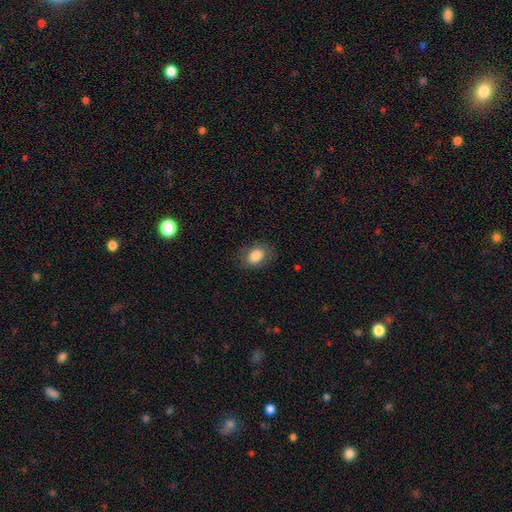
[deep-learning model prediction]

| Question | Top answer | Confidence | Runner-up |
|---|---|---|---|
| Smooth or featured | smooth | 82% | featured or disk (10%) |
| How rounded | in between | 73% | round (26%) |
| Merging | none | 77% | minor disturbance (15%) |